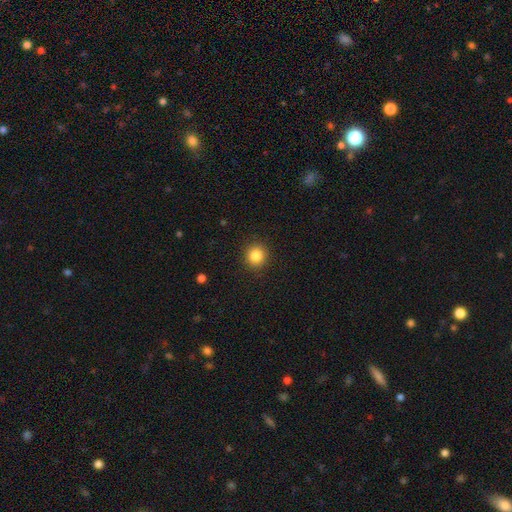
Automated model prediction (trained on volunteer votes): Morphology: type=smooth (85%); roundness=round (91%); merging=none (91%).